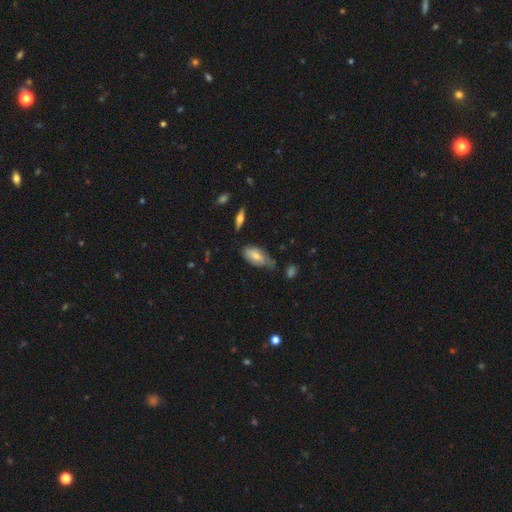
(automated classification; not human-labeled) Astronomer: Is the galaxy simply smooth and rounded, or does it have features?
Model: smooth — 61%.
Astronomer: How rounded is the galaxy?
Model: in between — 88%.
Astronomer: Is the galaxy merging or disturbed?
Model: none — 43% (runner-up: minor disturbance, 41%).